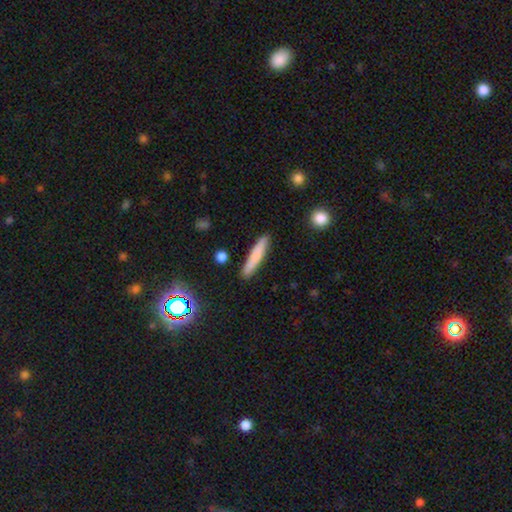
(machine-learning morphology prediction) Smooth or featured? smooth (75%)
How rounded? cigar-shaped (91%)
Merging? none (89%)